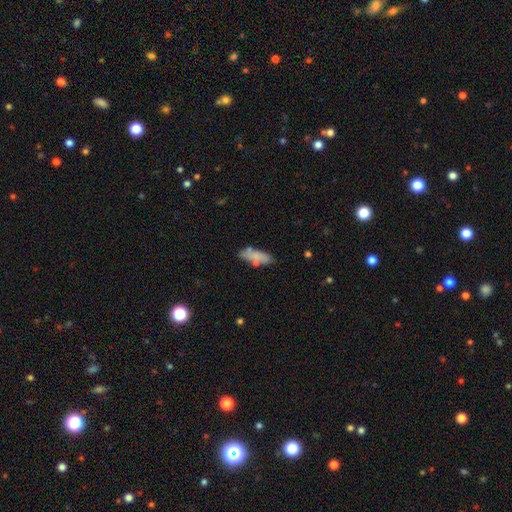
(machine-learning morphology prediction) Smooth or featured?
  - smooth: 76% *
  - featured or disk: 17%
  - star or artifact: 7%
How rounded?
  - in between: 60% *
  - cigar-shaped: 38%
  - round: 2%
Merging?
  - none: 67% *
  - minor disturbance: 18%
  - merger: 10%
  - major disturbance: 5%